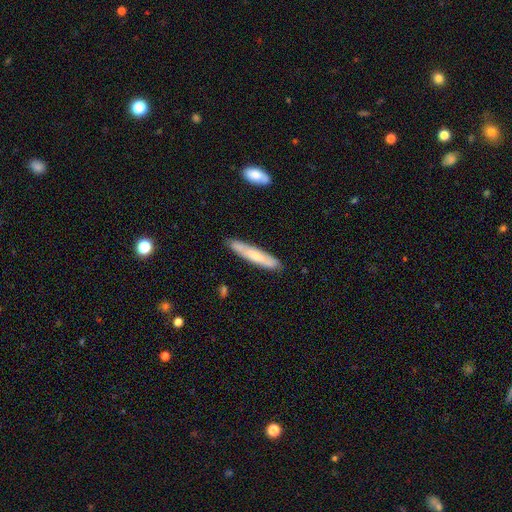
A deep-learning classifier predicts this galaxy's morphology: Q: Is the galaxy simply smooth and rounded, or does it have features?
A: smooth — 60%.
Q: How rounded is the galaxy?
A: cigar-shaped — 88%.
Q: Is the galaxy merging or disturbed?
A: none — 85%.